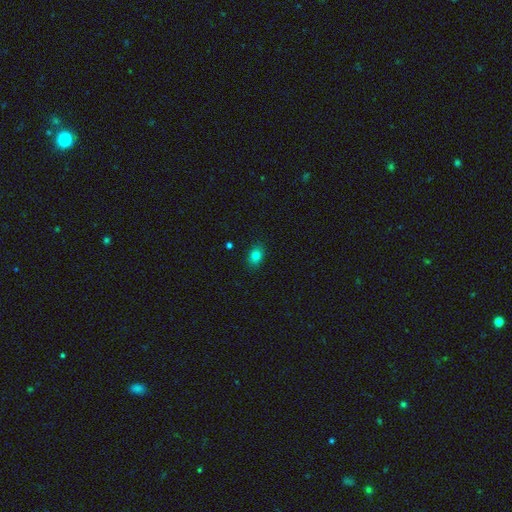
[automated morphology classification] A smooth galaxy with no disk features (80%) that is in between round and cigar-shaped (74%). Merging: none (87%).